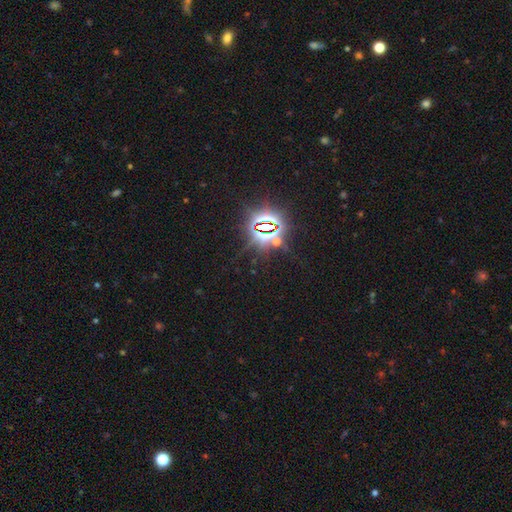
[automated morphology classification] Smooth or featured? star or artifact (84%)